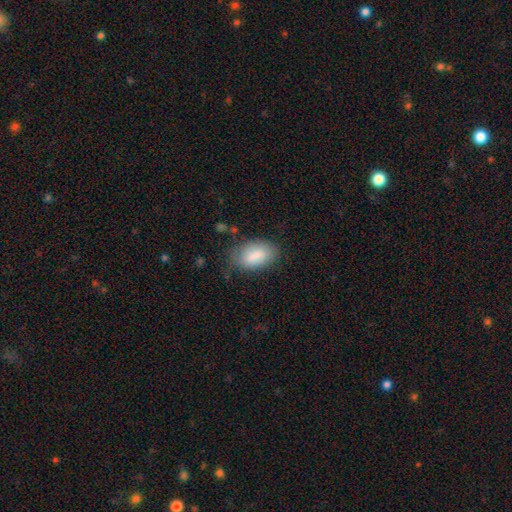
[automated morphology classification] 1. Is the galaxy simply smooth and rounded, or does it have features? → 81% smooth, 12% featured or disk, 7% star or artifact.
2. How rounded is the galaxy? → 92% in between, 5% round, 3% cigar-shaped.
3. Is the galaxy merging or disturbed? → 67% none, 23% minor disturbance, 7% major disturbance, 2% merger.